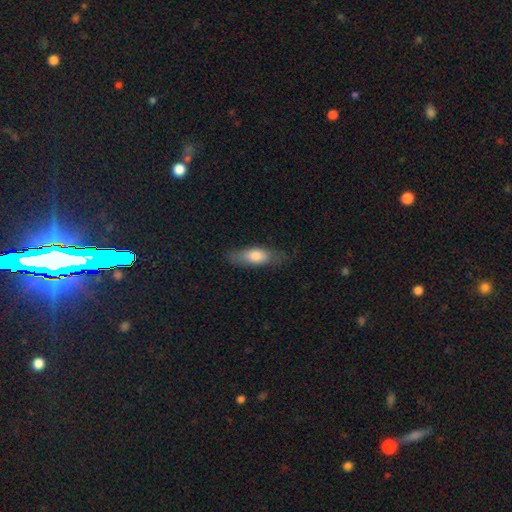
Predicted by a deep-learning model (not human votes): smooth_or_featured: smooth (p=0.75) [alt: featured or disk p=0.19]
how_rounded: in between (p=0.69) [alt: cigar-shaped p=0.28]
merging: none (p=0.68) [alt: minor disturbance p=0.23]